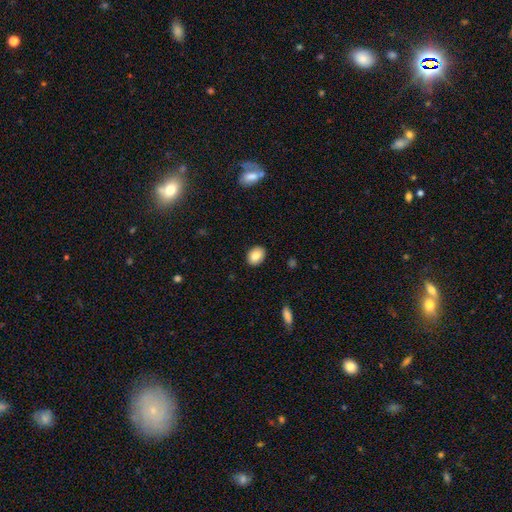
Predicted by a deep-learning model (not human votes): Overall: smooth (85%). How rounded: in between (60%; round 39%). Merging: none (89%).